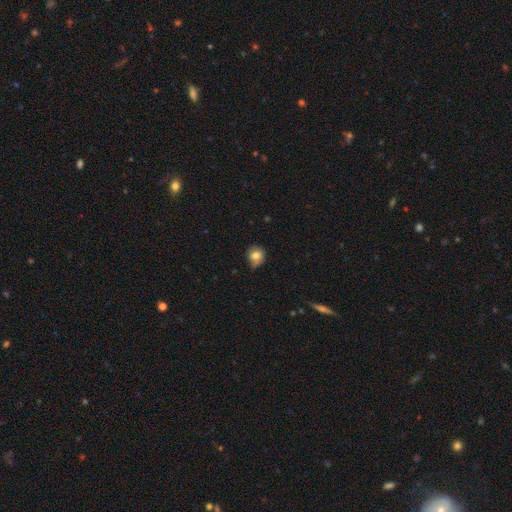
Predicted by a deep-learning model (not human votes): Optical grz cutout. It shows a smooth galaxy with no disk features (76%) that is round (72%). Merging: none (60%).